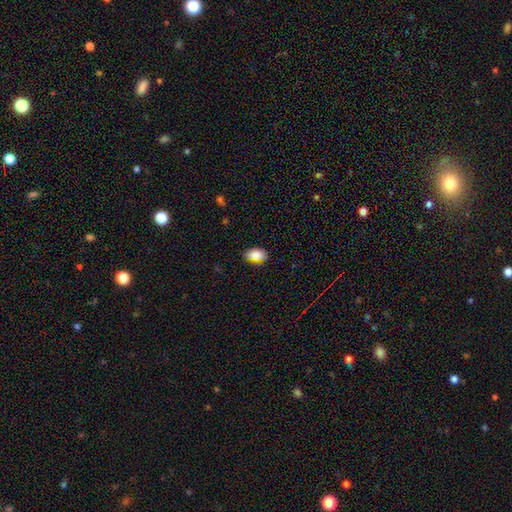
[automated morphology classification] smooth_or_featured: smooth (p=0.84) [alt: star or artifact p=0.09]
how_rounded: in between (p=0.88) [alt: round p=0.10]
merging: none (p=0.74) [alt: minor disturbance p=0.20]